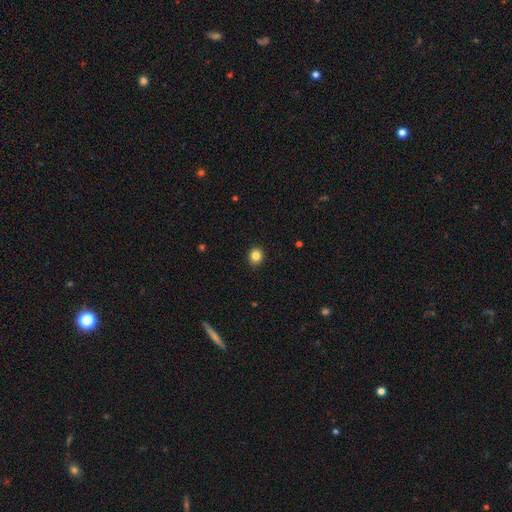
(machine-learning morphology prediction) smooth-or-featured: smooth: 84% | star or artifact: 11% | featured or disk: 5%
  how-rounded: round: 79% | in between: 20% | cigar-shaped: 1%
  merging: none: 89% | minor disturbance: 8% | major disturbance: 2% | merger: 1%